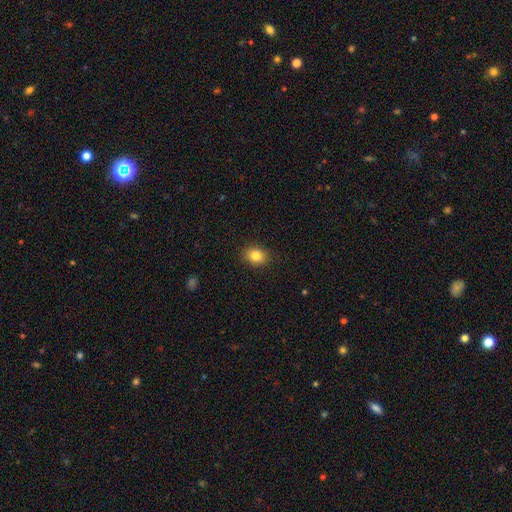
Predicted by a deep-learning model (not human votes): The model was most divided on "how rounded": round: 53%, in between: 46%, cigar-shaped: 1%. More confident: merging — none (89%); smooth or featured — smooth (84%).